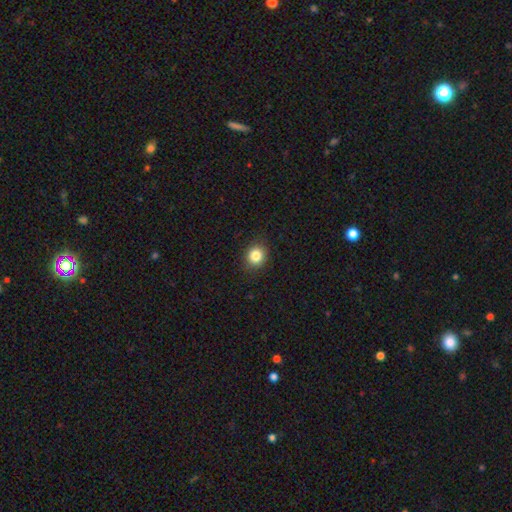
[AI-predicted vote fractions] A smooth galaxy with no disk features (84%) that is round (79%). Merging: none (89%).